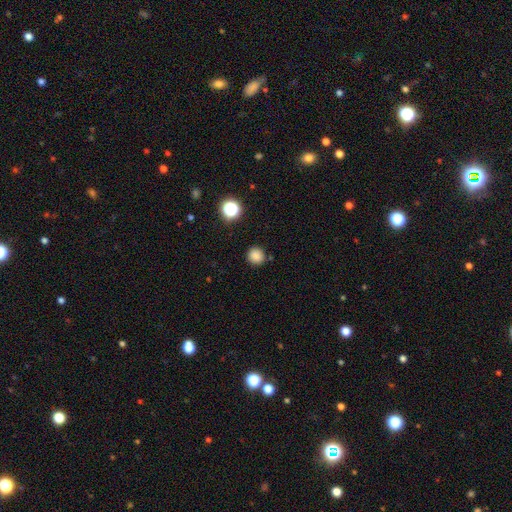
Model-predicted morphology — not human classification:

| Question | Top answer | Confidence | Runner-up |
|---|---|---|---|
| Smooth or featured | smooth | 83% | star or artifact (13%) |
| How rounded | round | 92% | in between (7%) |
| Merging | none | 87% | minor disturbance (8%) |